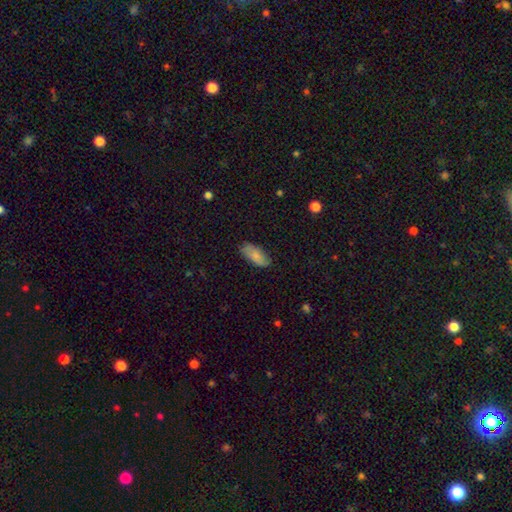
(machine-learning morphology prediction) Overall: smooth (79%). How rounded: in between (89%). Merging: none (78%).